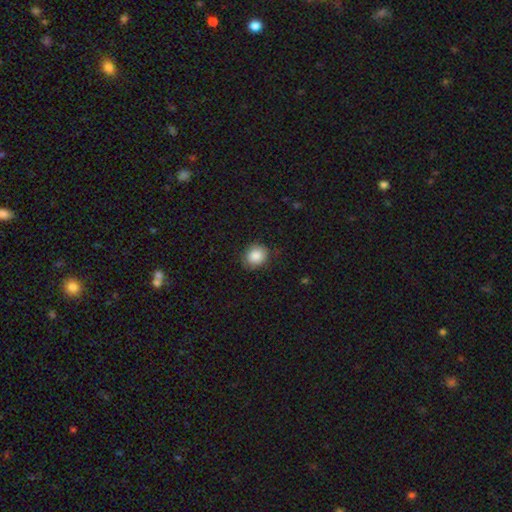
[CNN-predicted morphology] A smooth galaxy with no disk features (87%) that is round (72%).

Vote fractions:
- Smooth or featured? smooth: 87% / star or artifact: 8% / featured or disk: 5%
- How rounded? round: 72% / in between: 27% / cigar-shaped: 1%
- Merging? none: 82% / minor disturbance: 14% / major disturbance: 3% / merger: 1%